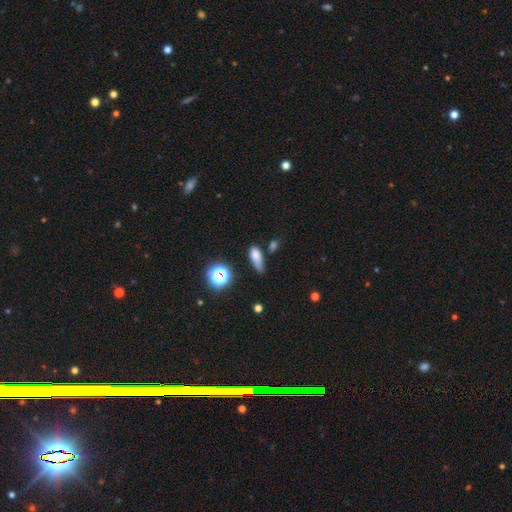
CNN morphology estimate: smooth 74%, star or artifact 14%, featured or disk 12%. Down the decision tree: how rounded — in between (65%); merging — minor disturbance (38%, tied with none).